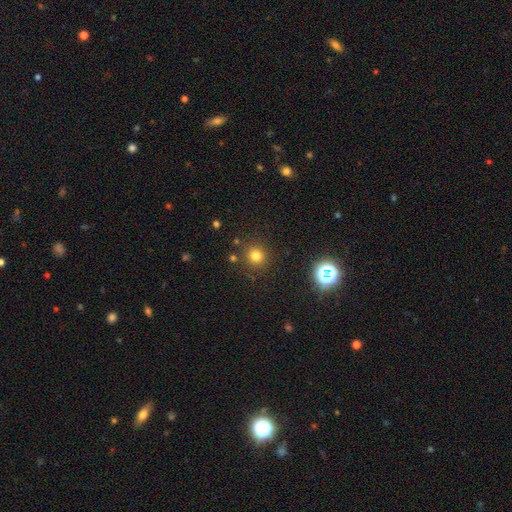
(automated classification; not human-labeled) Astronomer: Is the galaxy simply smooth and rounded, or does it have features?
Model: smooth — 77%.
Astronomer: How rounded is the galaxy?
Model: round — 90%.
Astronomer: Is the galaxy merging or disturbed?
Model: none — 86%.